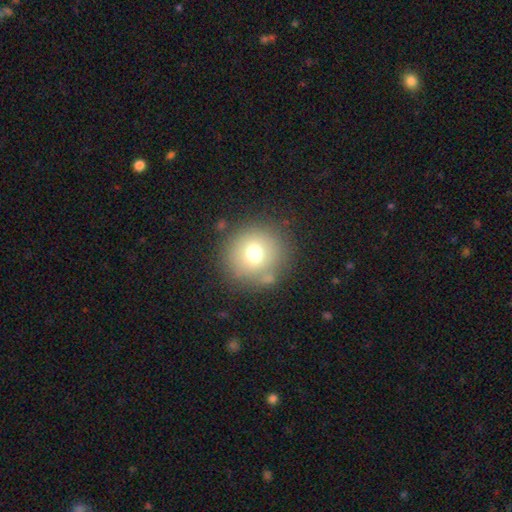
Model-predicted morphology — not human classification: Smooth or featured? Predicted: smooth (p=0.71). How rounded? Predicted: round (p=0.94). Merging? Predicted: none (p=0.82).